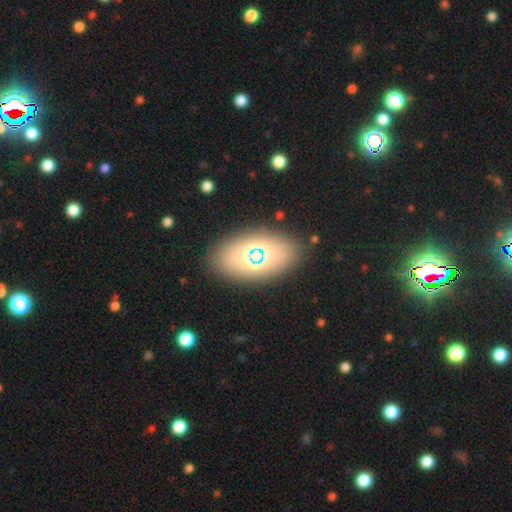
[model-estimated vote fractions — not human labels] Q: Smooth or featured?
A: smooth (53%); runner-up: star or artifact (24%)
Q: How rounded?
A: in between (79%); runner-up: round (19%)
Q: Merging?
A: none (84%); runner-up: minor disturbance (9%)